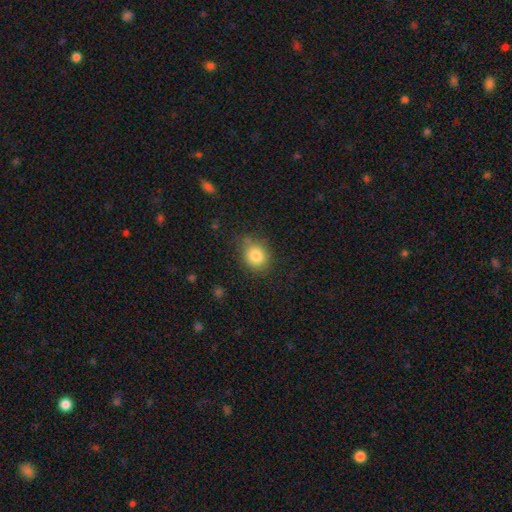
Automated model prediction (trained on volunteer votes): Smooth or featured?
  - smooth: 82% *
  - star or artifact: 10%
  - featured or disk: 8%
How rounded?
  - round: 69% *
  - in between: 30%
  - cigar-shaped: 1%
Merging?
  - none: 74% *
  - minor disturbance: 18%
  - major disturbance: 4%
  - merger: 3%